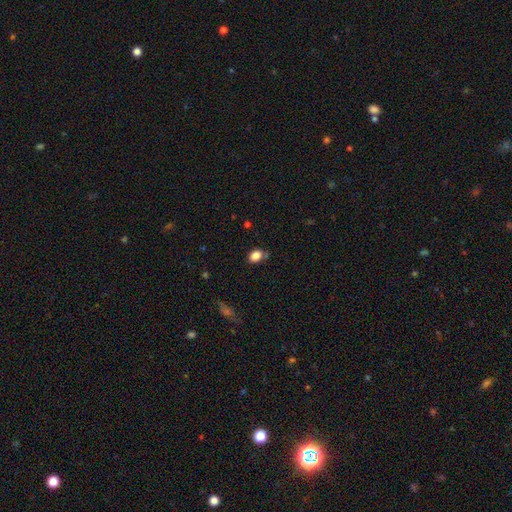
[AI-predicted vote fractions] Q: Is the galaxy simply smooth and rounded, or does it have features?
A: smooth — 84%.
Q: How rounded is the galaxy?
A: in between — 74%.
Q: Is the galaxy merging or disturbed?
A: none — 65%.